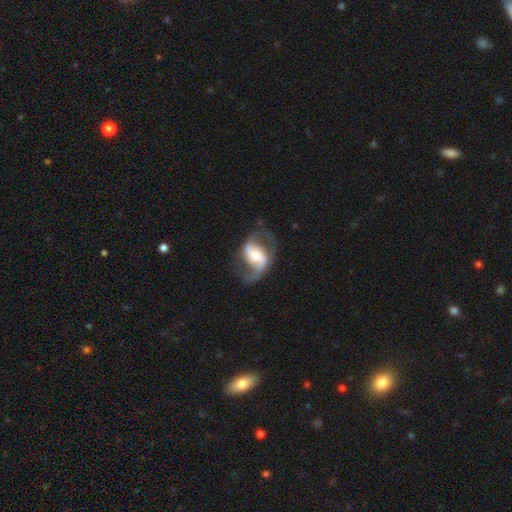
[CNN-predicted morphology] type=featured or disk (84%); edge-on=no (97%); bar=weak (39%); spiral arms=yes (94%); winding=loose (50%); arm count=2 (90%); bulge=moderate (52%); merging=none (67%).